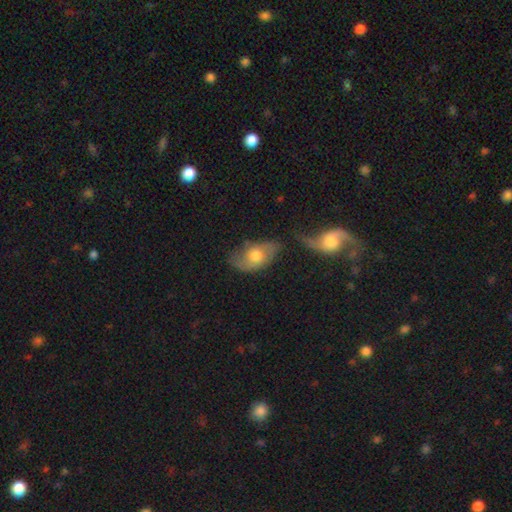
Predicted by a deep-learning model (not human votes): smooth-or-featured: smooth: 52% | featured or disk: 41% | star or artifact: 7%
  how-rounded: in between: 87% | round: 10% | cigar-shaped: 2%
  merging: none: 44% | minor disturbance: 28% | major disturbance: 17% | merger: 11%